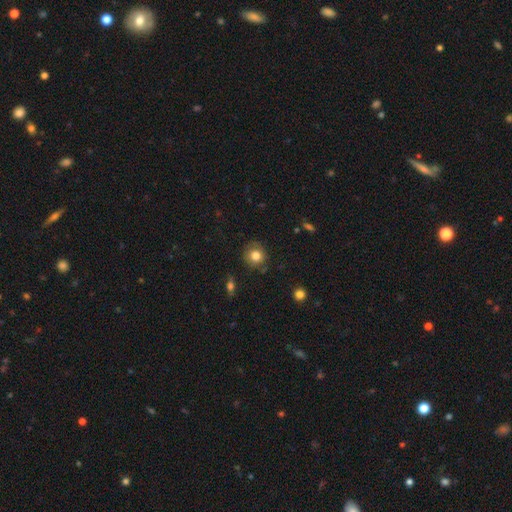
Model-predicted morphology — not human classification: This appears to be a smooth galaxy with no disk features (80%) that is round (89%). Merging: none (81%).